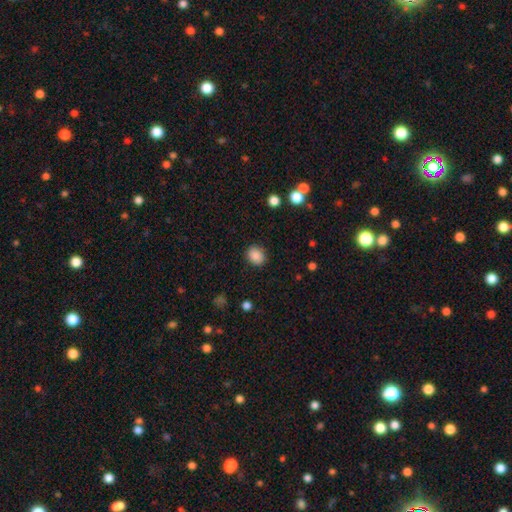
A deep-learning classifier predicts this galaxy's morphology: A smooth galaxy with no disk features (86%) that is round (60%). Merging: none (87%).